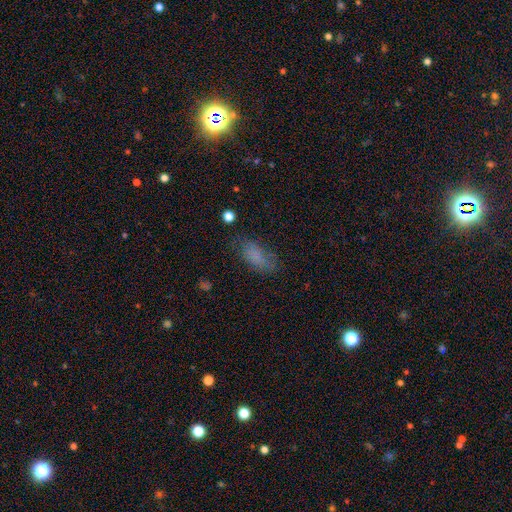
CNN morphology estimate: This appears to be a smooth galaxy with no disk features (75%) that is in between round and cigar-shaped (87%). Merging: none (65%).